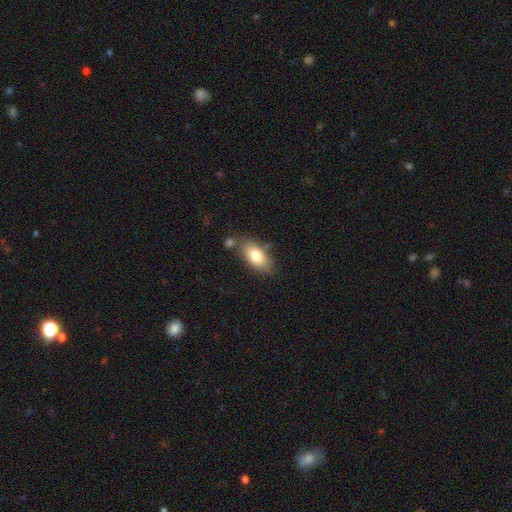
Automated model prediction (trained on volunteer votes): Smooth or featured? Predicted: smooth (p=0.79). How rounded? Predicted: in between (p=0.88). Merging? Predicted: none (p=0.71).